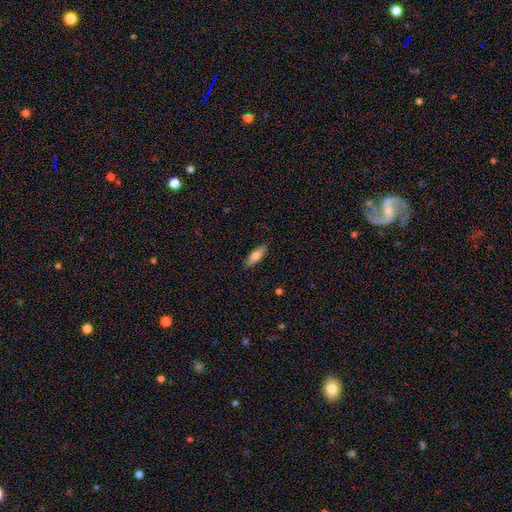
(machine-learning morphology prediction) smooth_or_featured: smooth (p=0.64) [alt: featured or disk p=0.30]
how_rounded: cigar-shaped (p=0.55) [alt: in between p=0.43]
merging: none (p=0.88) [alt: minor disturbance p=0.09]